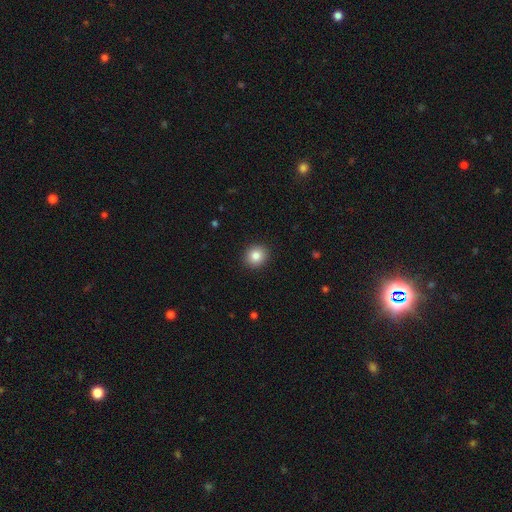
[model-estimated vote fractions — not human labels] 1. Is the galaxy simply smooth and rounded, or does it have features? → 84% smooth, 10% star or artifact, 7% featured or disk.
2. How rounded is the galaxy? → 81% round, 18% in between, 1% cigar-shaped.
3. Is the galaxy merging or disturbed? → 92% none, 6% minor disturbance, 2% major disturbance, 1% merger.